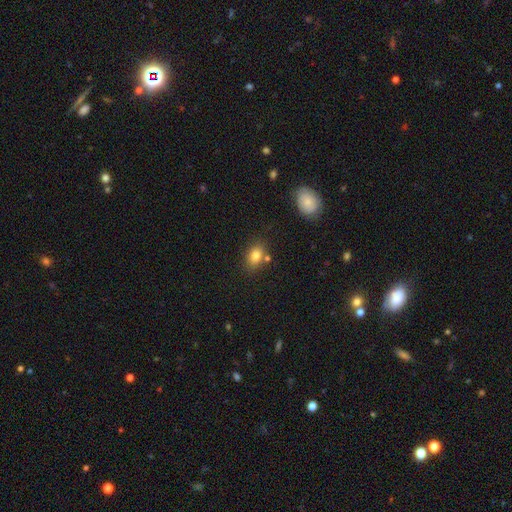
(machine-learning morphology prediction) This is clearly a smooth galaxy (81%). How rounded: likely in between (74%). Merging: likely none (73%).